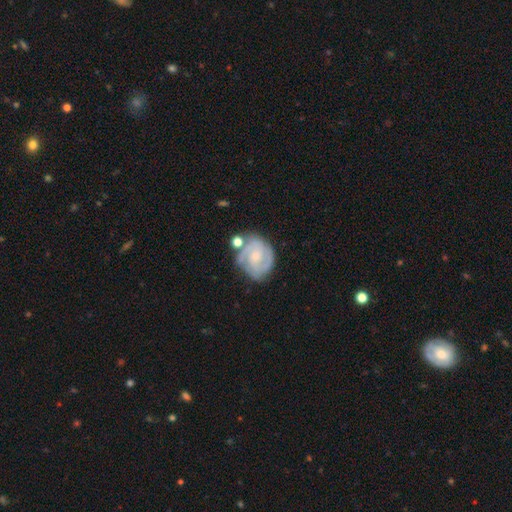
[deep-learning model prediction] Smooth or featured?
  - featured or disk: 79% *
  - smooth: 16%
  - star or artifact: 6%
Edge-on disk?
  - no: 98% *
  - yes: 2%
Bar?
  - no: 59% *
  - weak: 35%
  - strong: 6%
Spiral arms?
  - yes: 94% *
  - no: 6%
Spiral winding?
  - tight: 58% *
  - medium: 34%
  - loose: 8%
Spiral arm count?
  - 2: 41% *
  - 3: 27%
  - can't tell: 20%
  - 4: 5%
  - 1: 4%
  - more than 4: 3%
Bulge size?
  - small: 57% *
  - moderate: 29%
  - none: 10%
  - large: 2%
  - dominant: 1%
Merging?
  - none: 60% *
  - minor disturbance: 21%
  - merger: 11%
  - major disturbance: 9%